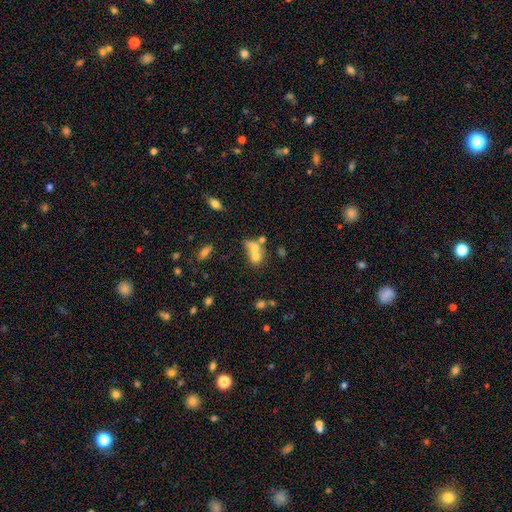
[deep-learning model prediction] Q: Smooth or featured?
A: smooth (63%); runner-up: featured or disk (23%)
Q: How rounded?
A: round (54%); runner-up: in between (43%)
Q: Merging?
A: merger (62%); runner-up: none (24%)